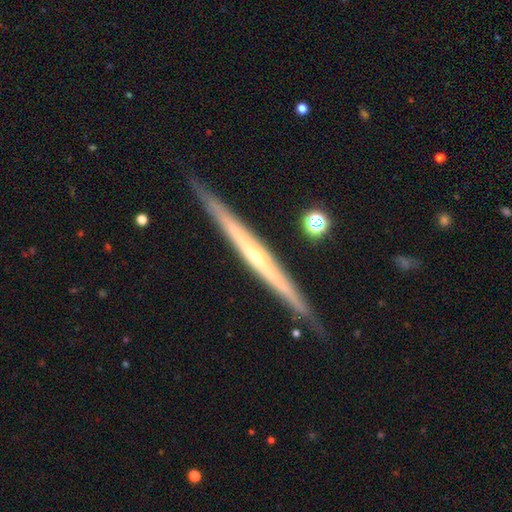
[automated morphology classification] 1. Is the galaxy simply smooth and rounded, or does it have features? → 81% featured or disk, 14% smooth, 5% star or artifact.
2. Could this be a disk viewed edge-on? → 97% yes, 3% no.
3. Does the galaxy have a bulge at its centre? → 58% rounded, 39% none, 4% boxy.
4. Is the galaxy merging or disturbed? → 89% none, 8% minor disturbance, 1% major disturbance, 1% merger.